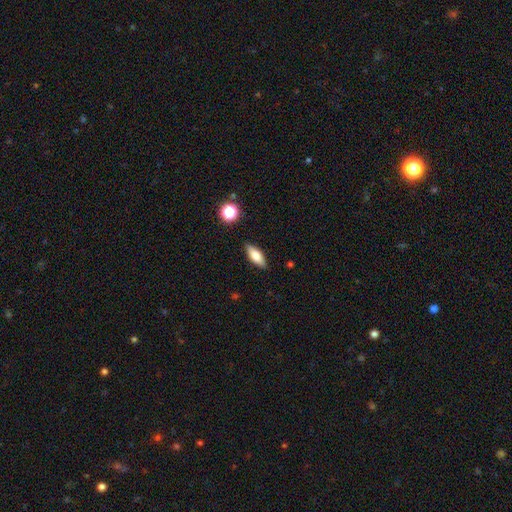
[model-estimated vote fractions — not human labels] smooth-or-featured: smooth: 69% | featured or disk: 23% | star or artifact: 8%
  how-rounded: in between: 68% | cigar-shaped: 29% | round: 3%
  merging: none: 87% | minor disturbance: 9% | major disturbance: 2% | merger: 2%